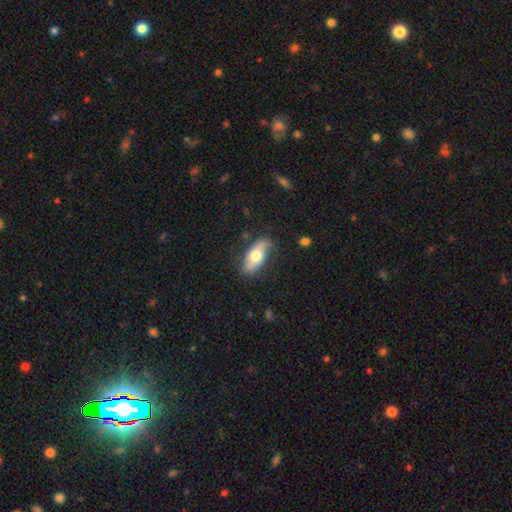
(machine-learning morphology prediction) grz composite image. It shows a smooth galaxy with no disk features (56%) that is in between round and cigar-shaped (81%). Merging: none (76%).